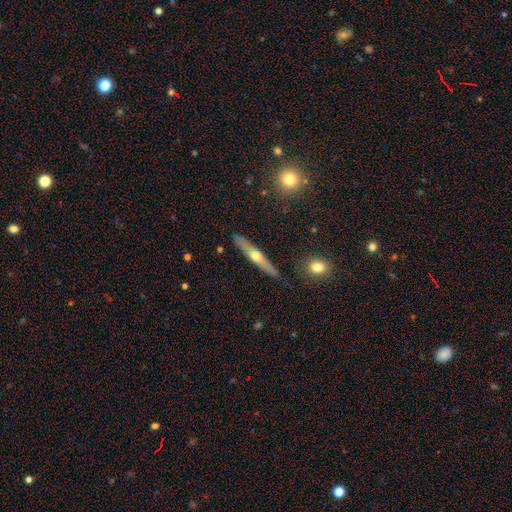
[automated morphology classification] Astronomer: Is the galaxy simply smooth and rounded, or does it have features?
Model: featured or disk — 63%.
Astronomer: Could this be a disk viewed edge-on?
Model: yes — 93%.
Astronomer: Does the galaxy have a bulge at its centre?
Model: rounded — 90%.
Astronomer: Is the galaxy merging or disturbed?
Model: none — 85%.